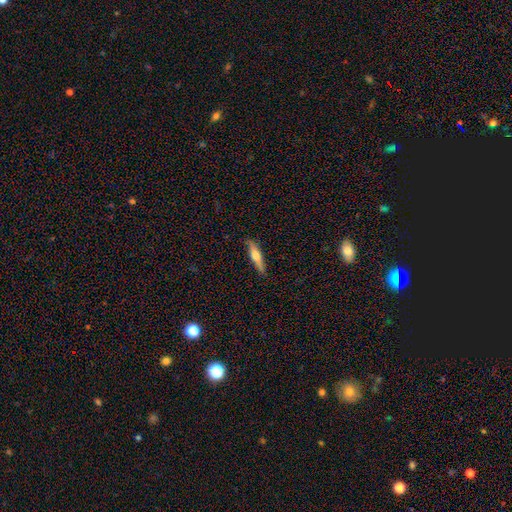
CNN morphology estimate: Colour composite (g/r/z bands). It shows a smooth galaxy with no disk features (54%) that is cigar-shaped (83%). Merging: none (87%).